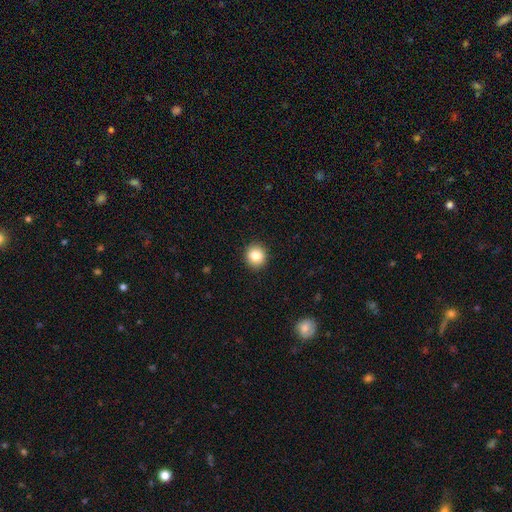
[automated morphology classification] Smooth or featured? Predicted: smooth (p=0.83). How rounded? Predicted: round (p=0.88). Merging? Predicted: none (p=0.92).